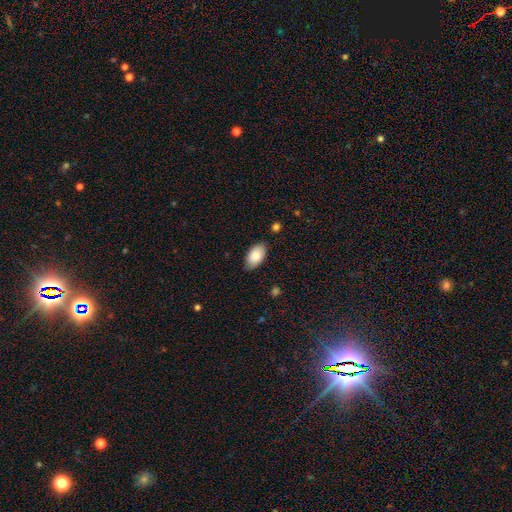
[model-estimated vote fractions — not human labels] The model was most divided on "merging": none: 83%, minor disturbance: 13%, major disturbance: 2%, merger: 1%. More confident: how rounded — in between (95%); smooth or featured — smooth (83%).